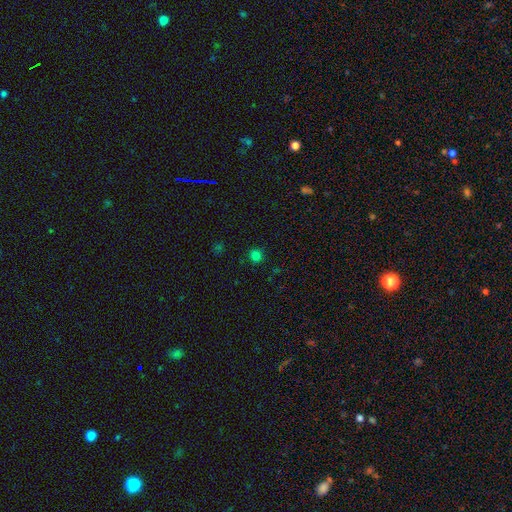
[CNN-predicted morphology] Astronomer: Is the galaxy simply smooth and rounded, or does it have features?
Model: smooth — 78%.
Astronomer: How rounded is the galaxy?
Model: round — 92%.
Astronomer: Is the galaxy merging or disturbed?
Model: none — 90%.